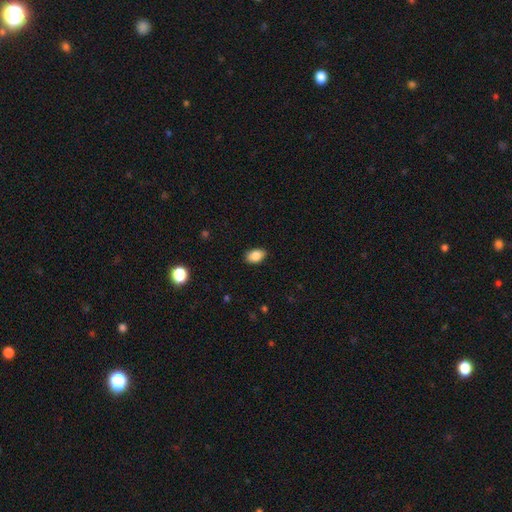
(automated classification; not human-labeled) smooth 86%, star or artifact 8%, featured or disk 6%. Down the decision tree: how rounded — in between (89%); merging — none (86%).